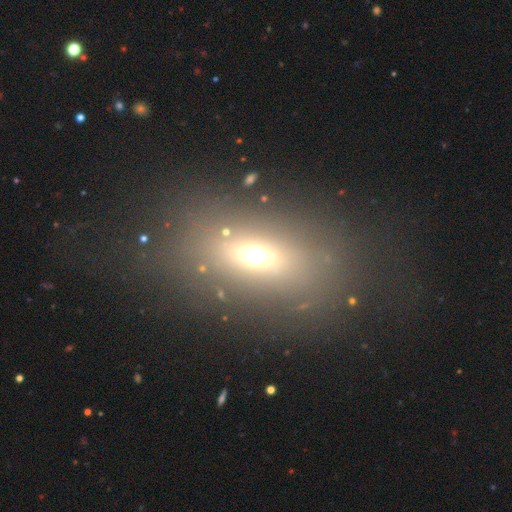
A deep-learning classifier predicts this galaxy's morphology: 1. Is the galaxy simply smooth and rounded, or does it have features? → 56% smooth, 23% featured or disk, 20% star or artifact.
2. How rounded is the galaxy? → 75% in between, 14% round, 11% cigar-shaped.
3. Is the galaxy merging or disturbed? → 76% none, 12% minor disturbance, 9% major disturbance, 3% merger.